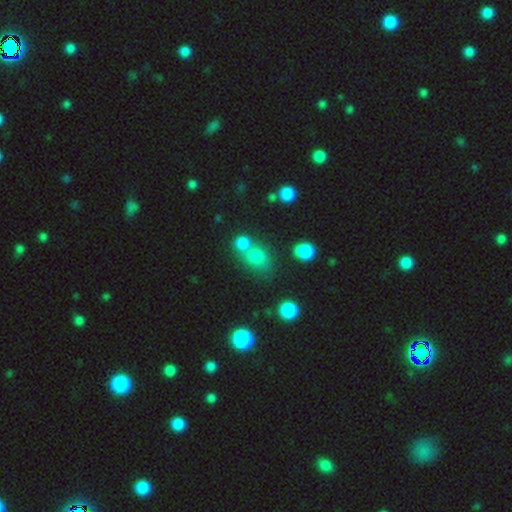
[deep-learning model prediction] A smooth galaxy with no disk features (74%) that is round (58%). Merging: none (44%).